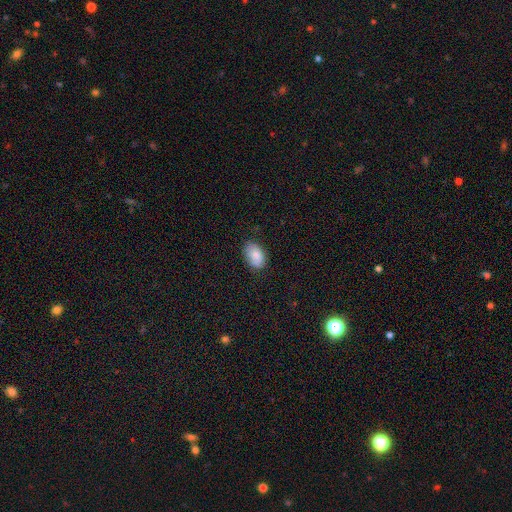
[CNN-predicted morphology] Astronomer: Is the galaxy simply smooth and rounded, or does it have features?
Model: smooth — 84%.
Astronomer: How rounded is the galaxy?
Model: in between — 90%.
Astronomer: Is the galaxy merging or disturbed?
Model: none — 77%.